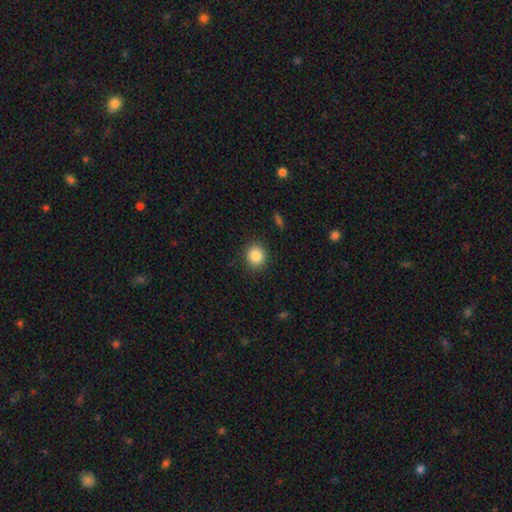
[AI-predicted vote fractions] This appears to be a smooth galaxy with no disk features (85%) that is round (83%). Merging: none (89%).